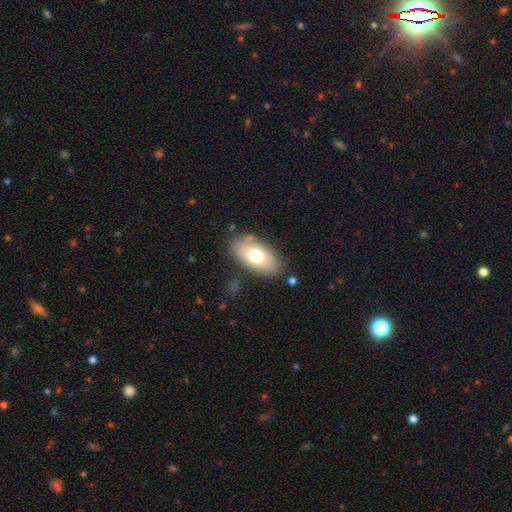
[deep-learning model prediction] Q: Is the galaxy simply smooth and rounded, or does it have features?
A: smooth — 71%.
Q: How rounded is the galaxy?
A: in between — 93%.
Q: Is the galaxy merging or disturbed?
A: none — 80%.